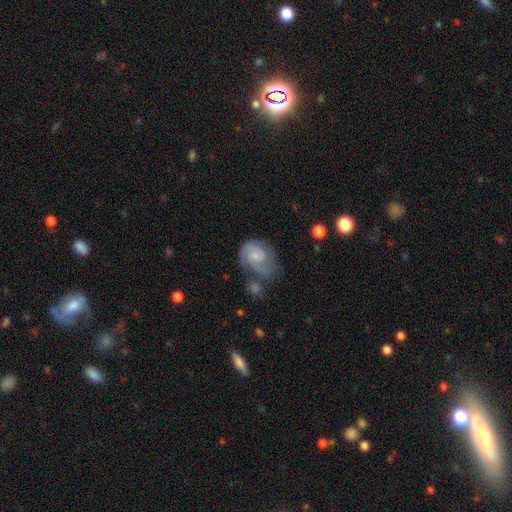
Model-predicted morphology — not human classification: Overall: featured or disk (54%; smooth 38%). Edge-on disk: no (97%). Bar: no (67%; weak 29%). Spiral arms: yes (84%). Bulge size: small (56%; moderate 24%). Merging: none (36%; minor disturbance 25%).